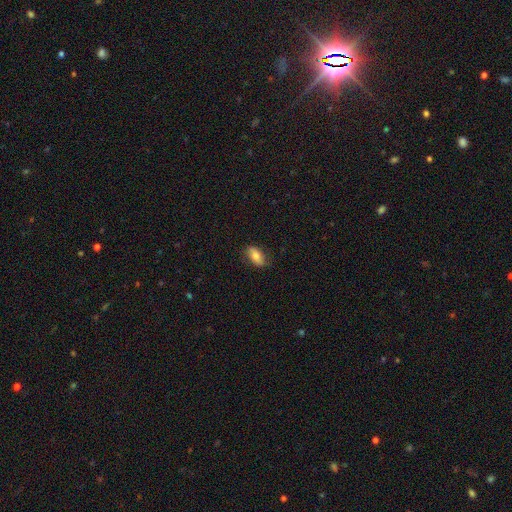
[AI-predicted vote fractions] This appears to be a smooth galaxy with no disk features (76%) that is in between round and cigar-shaped (90%). Merging: none (80%).